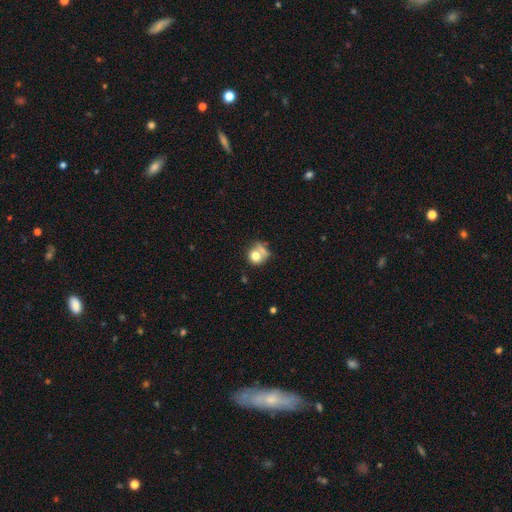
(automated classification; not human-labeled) smooth-or-featured: smooth: 72% | featured or disk: 17% | star or artifact: 11%
  how-rounded: round: 79% | in between: 20% | cigar-shaped: 1%
  merging: none: 42% | merger: 29% | minor disturbance: 16% | major disturbance: 13%